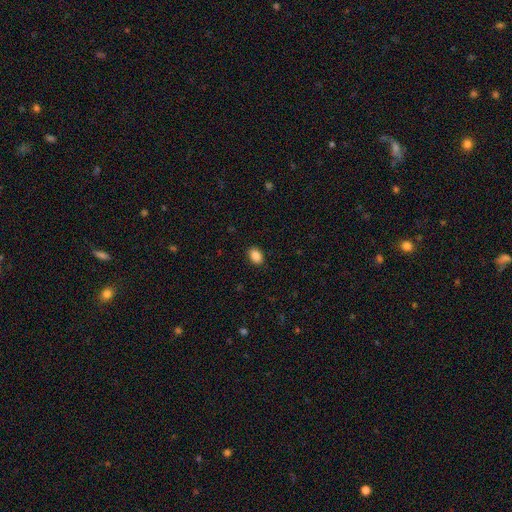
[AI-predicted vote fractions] Smooth or featured?
  - smooth: 88% *
  - star or artifact: 8%
  - featured or disk: 3%
How rounded?
  - in between: 81% *
  - round: 18%
  - cigar-shaped: 1%
Merging?
  - none: 90% *
  - minor disturbance: 7%
  - major disturbance: 2%
  - merger: 1%